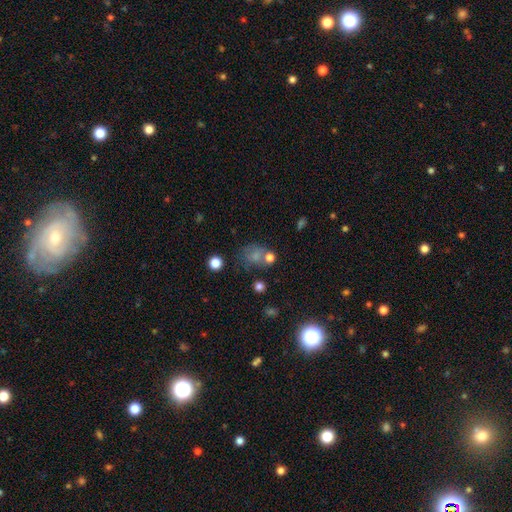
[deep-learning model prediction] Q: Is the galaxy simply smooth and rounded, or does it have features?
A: smooth — 68%.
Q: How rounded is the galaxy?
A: round — 53%.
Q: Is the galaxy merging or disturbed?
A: none — 44%.